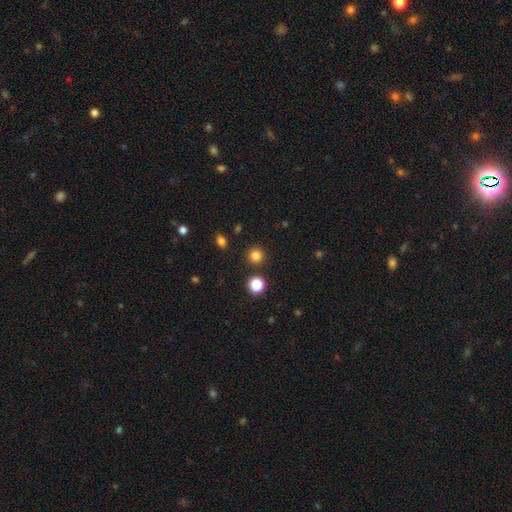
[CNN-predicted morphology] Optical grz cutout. It shows a smooth galaxy with no disk features (81%) that is round (94%). Merging: none (90%).